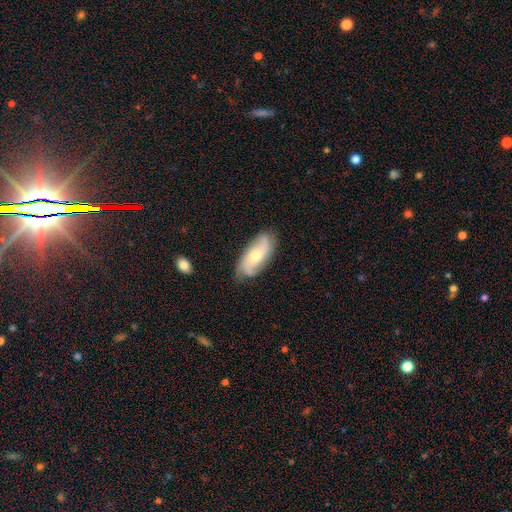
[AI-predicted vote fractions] Smooth or featured? Predicted: featured or disk (p=0.63). Edge-on disk? Predicted: no (p=0.90). Bar? Predicted: no (p=0.67). Spiral arms? Predicted: yes (p=0.90). Spiral winding? Predicted: loose (p=0.43). Spiral arm count? Predicted: 2 (p=0.65). Bulge size? Predicted: moderate (p=0.57). Merging? Predicted: none (p=0.75).